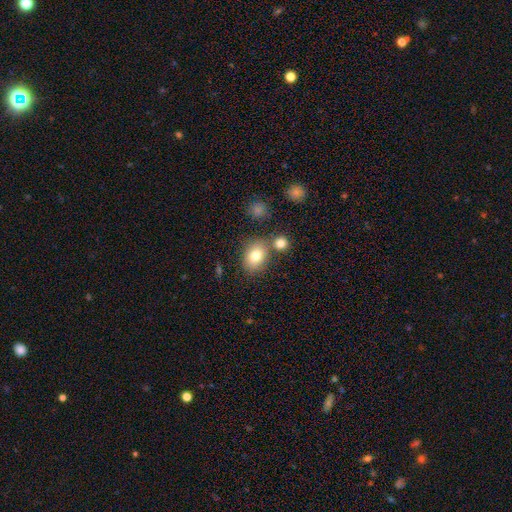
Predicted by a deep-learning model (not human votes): Smooth or featured? smooth (79%)
How rounded? in between (66%)
Merging? none (68%)